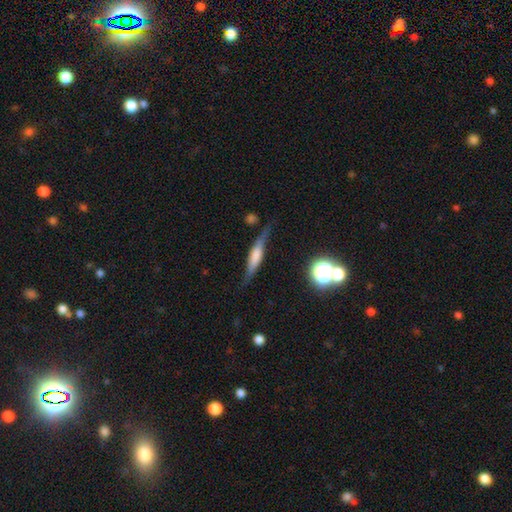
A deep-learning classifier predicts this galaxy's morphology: Overall: featured or disk (57%; smooth 35%). Edge-on disk: yes (91%). Edge-on bulge: boxy (44%; rounded 42%). Merging: none (72%).